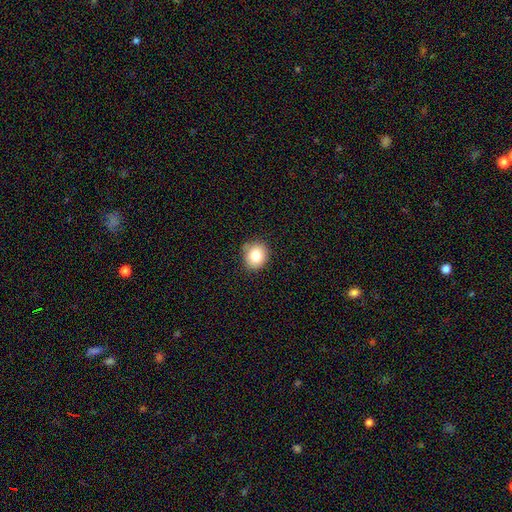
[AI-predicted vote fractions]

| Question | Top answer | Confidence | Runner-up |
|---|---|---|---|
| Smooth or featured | smooth | 81% | star or artifact (10%) |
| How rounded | round | 74% | in between (25%) |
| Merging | none | 82% | minor disturbance (14%) |